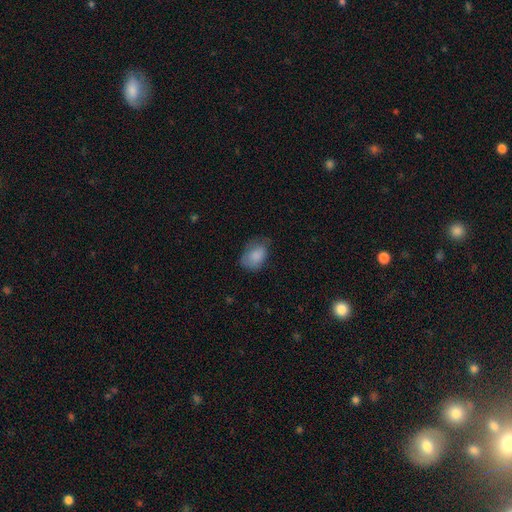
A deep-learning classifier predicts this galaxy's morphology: A smooth galaxy with no disk features (83%) that is in between round and cigar-shaped (85%).

Vote fractions:
- Smooth or featured? smooth: 83% / featured or disk: 9% / star or artifact: 8%
- How rounded? in between: 85% / round: 14% / cigar-shaped: 1%
- Merging? none: 52% / minor disturbance: 34% / major disturbance: 12% / merger: 1%